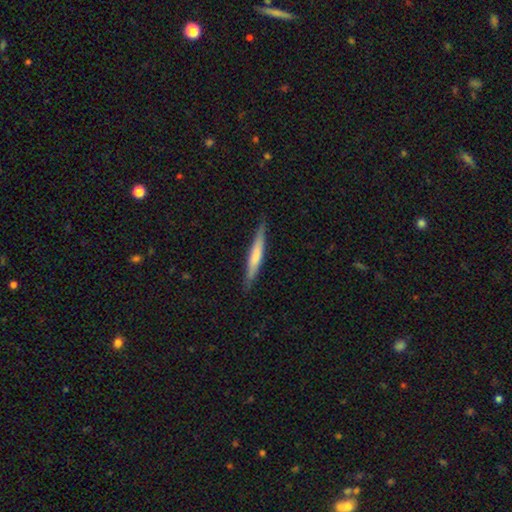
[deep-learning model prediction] The model was most divided on "smooth or featured": smooth: 58%, featured or disk: 37%, star or artifact: 5%. More confident: how rounded — cigar-shaped (95%); merging — none (89%).